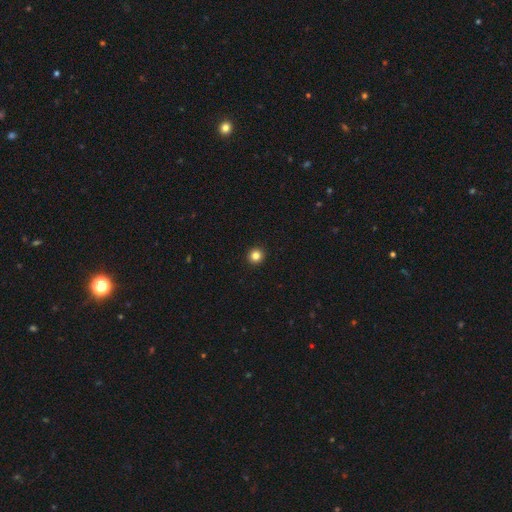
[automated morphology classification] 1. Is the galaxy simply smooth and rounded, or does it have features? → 84% smooth, 12% star or artifact, 5% featured or disk.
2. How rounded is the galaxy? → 94% round, 5% in between, 1% cigar-shaped.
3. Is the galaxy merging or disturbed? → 94% none, 4% minor disturbance, 1% major disturbance, 1% merger.